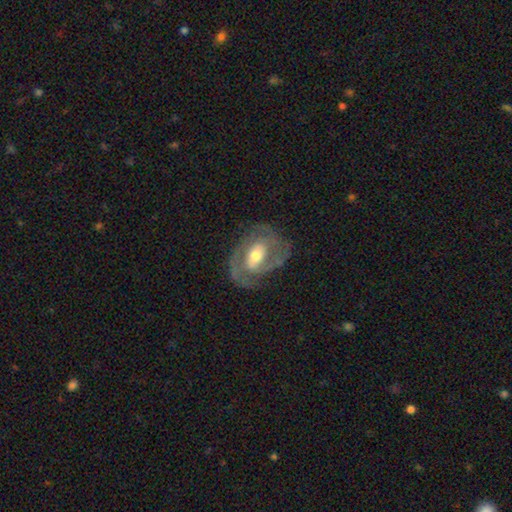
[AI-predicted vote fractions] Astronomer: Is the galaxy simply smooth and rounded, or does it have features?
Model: featured or disk — 83%.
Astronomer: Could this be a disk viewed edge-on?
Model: no — 96%.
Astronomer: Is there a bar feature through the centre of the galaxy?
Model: weak — 41% (runner-up: no, 34%).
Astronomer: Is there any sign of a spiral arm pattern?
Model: yes — 88%.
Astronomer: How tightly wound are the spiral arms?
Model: medium — 44%, tied with tight at 44%.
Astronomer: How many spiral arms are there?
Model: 2 — 71%.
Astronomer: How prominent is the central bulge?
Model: moderate — 68%.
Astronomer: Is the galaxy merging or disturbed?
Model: none — 72%.